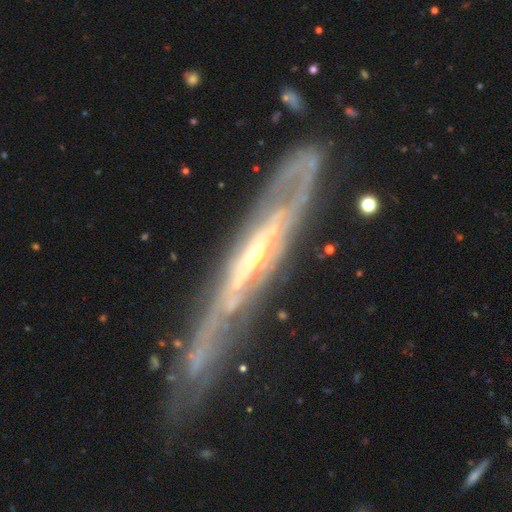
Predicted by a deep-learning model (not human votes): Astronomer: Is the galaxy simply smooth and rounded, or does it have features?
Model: featured or disk — 81%.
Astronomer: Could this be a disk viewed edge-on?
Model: yes — 69%.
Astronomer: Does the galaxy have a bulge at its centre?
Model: rounded — 47%, tied with none at 47%.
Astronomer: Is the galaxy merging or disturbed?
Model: none — 57%.